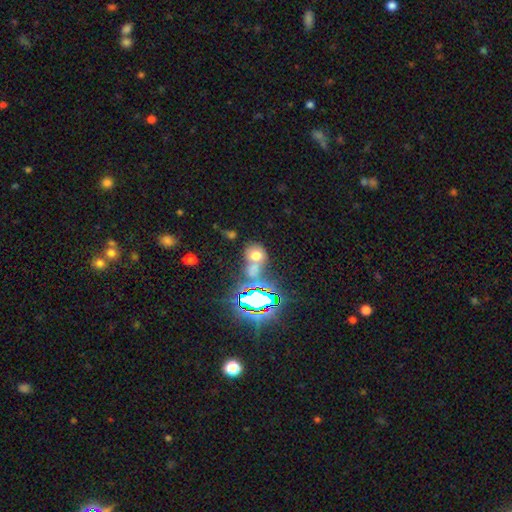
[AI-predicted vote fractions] Smooth or featured? Predicted: smooth (p=0.58). How rounded? Predicted: round (p=0.59). Merging? Predicted: merger (p=0.42).